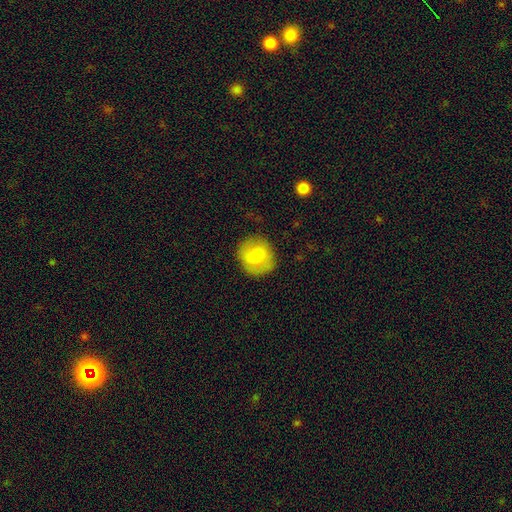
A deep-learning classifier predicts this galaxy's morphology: This appears to be a smooth galaxy with no disk features (67%) that is round (86%). Merging: none (81%).